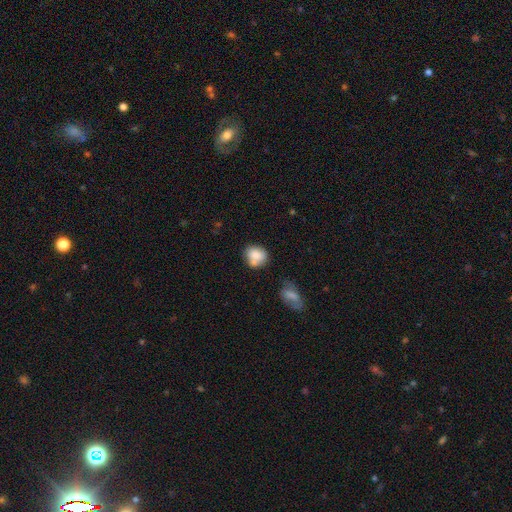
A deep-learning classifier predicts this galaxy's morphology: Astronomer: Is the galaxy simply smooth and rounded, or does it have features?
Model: smooth — 79%.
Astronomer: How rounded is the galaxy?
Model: round — 66%.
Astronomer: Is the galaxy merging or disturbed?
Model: none — 50%.